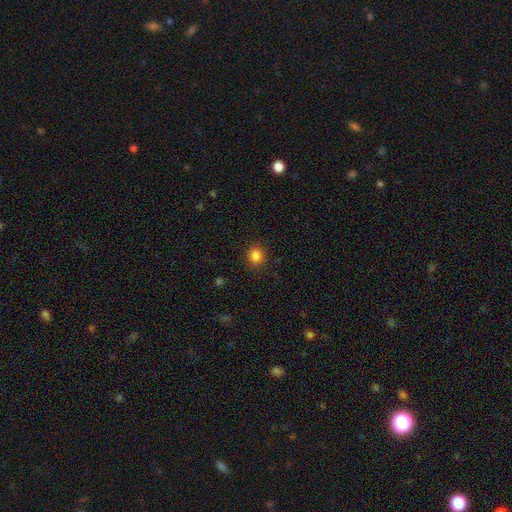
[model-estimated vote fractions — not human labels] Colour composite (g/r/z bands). It shows a smooth galaxy with no disk features (85%) that is round (88%). Merging: none (89%).